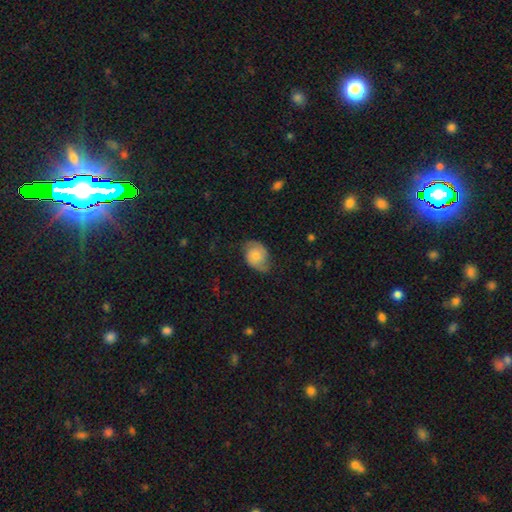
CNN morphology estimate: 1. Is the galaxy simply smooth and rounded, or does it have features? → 48% featured or disk, 44% smooth, 8% star or artifact.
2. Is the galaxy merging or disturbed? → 64% none, 26% minor disturbance, 9% major disturbance, 1% merger.